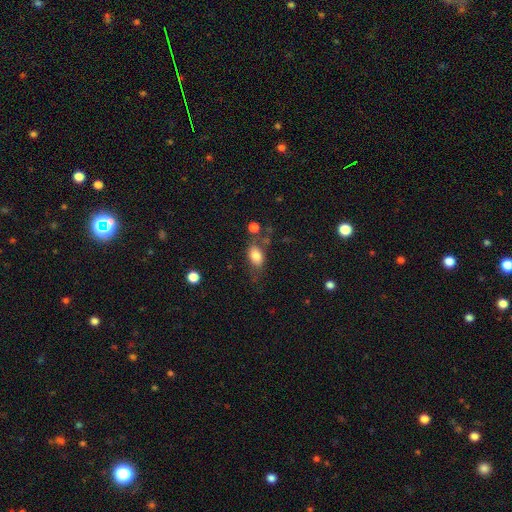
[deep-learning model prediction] A smooth galaxy with no disk features (80%) that is in between round and cigar-shaped (83%). Merging: none (56%).